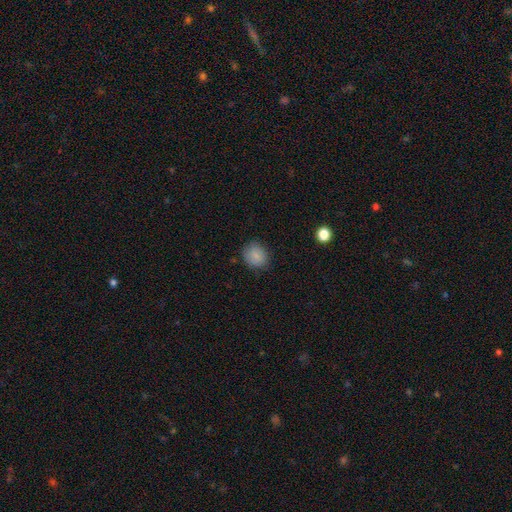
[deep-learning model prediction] Overall: smooth (85%). How rounded: round (72%). Merging: none (80%).